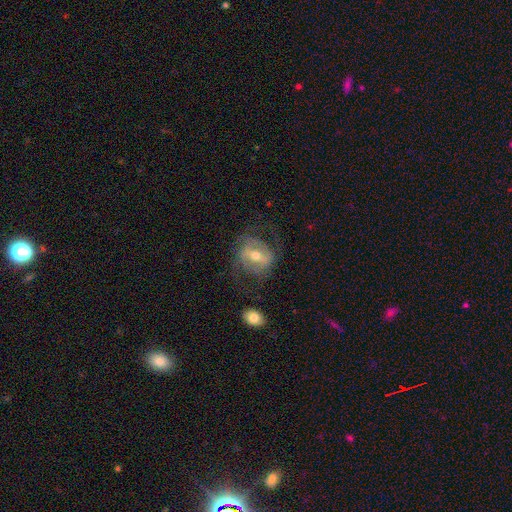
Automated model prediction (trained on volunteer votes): smooth-or-featured: featured or disk: 64% | smooth: 29% | star or artifact: 7%
  disk-edge-on: no: 93% | yes: 7%
    bar: strong: 44% | weak: 37% | no: 18%
    has-spiral-arms: yes: 65% | no: 35%
    bulge-size: moderate: 67% | small: 26% | large: 5% | none: 1% | dominant: 1%
  merging: none: 60% | major disturbance: 19% | minor disturbance: 18% | merger: 2%